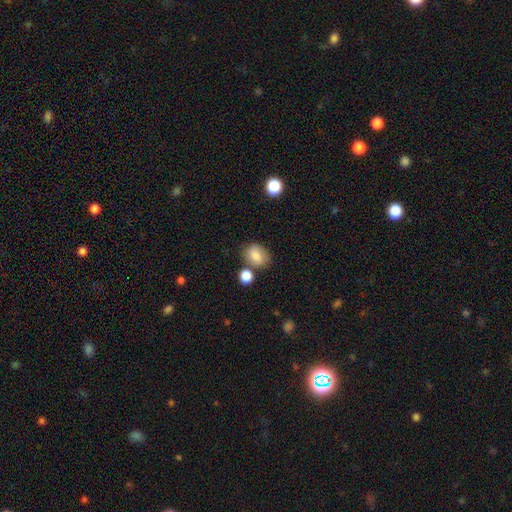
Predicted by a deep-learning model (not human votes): Morphology: type=smooth (81%); roundness=in between (61%); merging=none (65%).